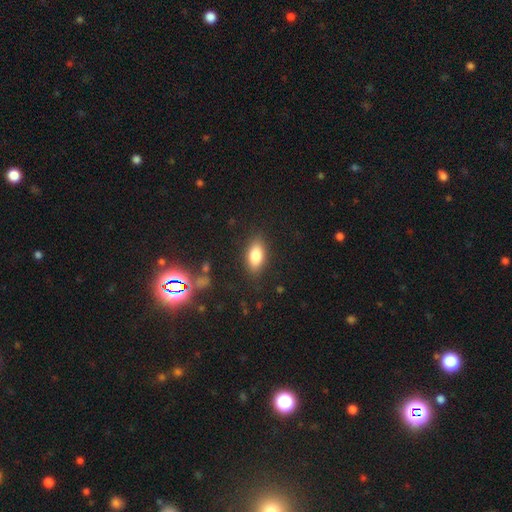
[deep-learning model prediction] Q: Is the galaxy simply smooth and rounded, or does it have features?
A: smooth — 81%.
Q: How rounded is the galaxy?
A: in between — 87%.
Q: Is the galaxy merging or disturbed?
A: none — 85%.